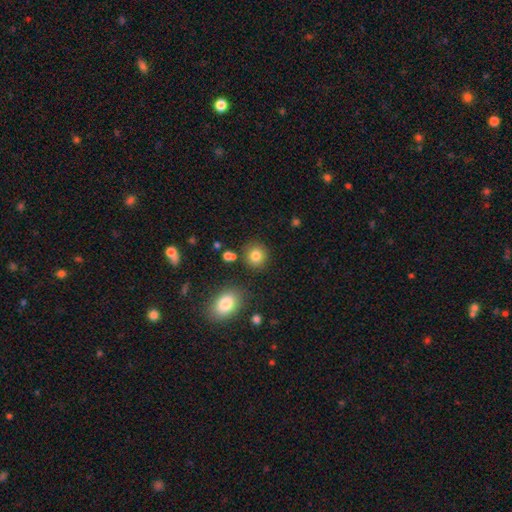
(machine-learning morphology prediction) type=smooth (82%); roundness=round (87%); merging=none (83%).